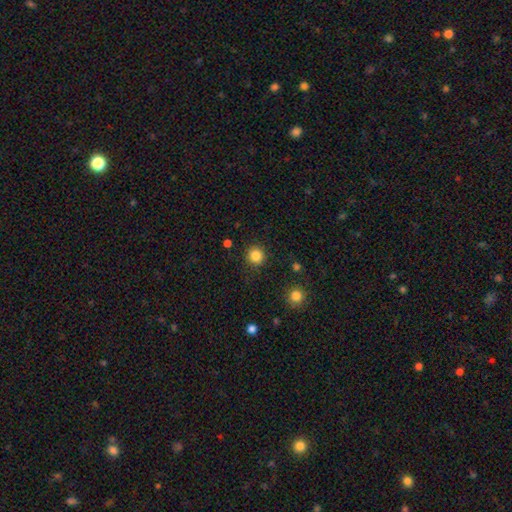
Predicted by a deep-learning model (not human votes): A smooth galaxy with no disk features (85%) that is round (94%).

Vote fractions:
- Smooth or featured? smooth: 85% / star or artifact: 11% / featured or disk: 4%
- How rounded? round: 94% / in between: 6% / cigar-shaped: 1%
- Merging? none: 89% / minor disturbance: 6% / major disturbance: 3% / merger: 2%